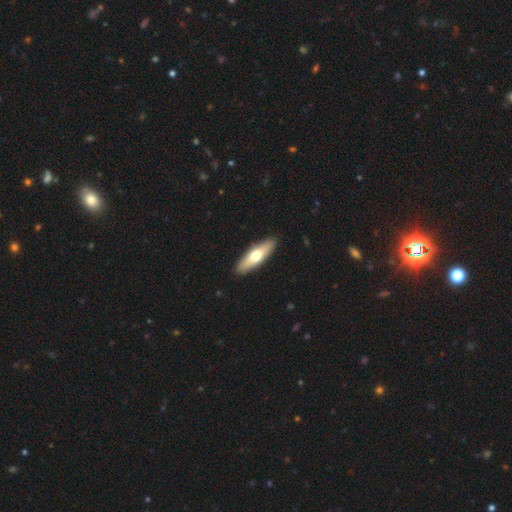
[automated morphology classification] type=smooth (58%); roundness=cigar-shaped (62%); merging=none (91%).